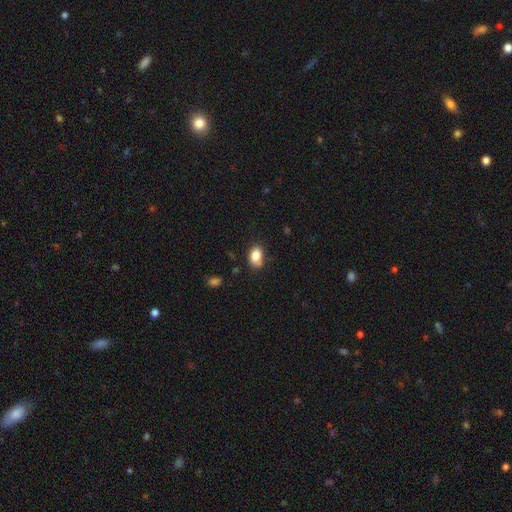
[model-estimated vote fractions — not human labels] smooth-or-featured: smooth: 83% | star or artifact: 9% | featured or disk: 8%
  how-rounded: in between: 80% | round: 19% | cigar-shaped: 1%
  merging: none: 70% | minor disturbance: 22% | major disturbance: 4% | merger: 4%